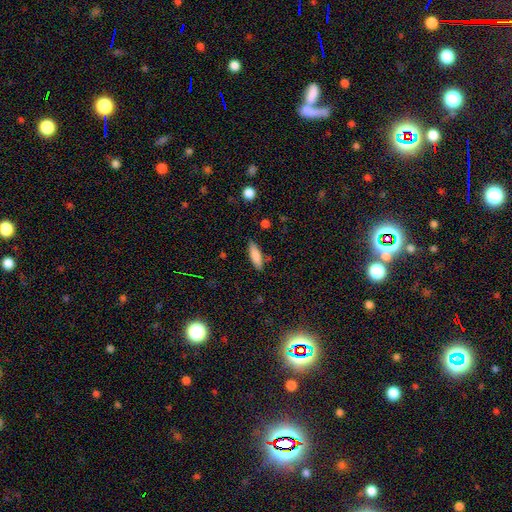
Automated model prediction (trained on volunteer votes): This is likely a smooth galaxy (80%). How rounded: possibly in between (53%). Merging: clearly none (82%).